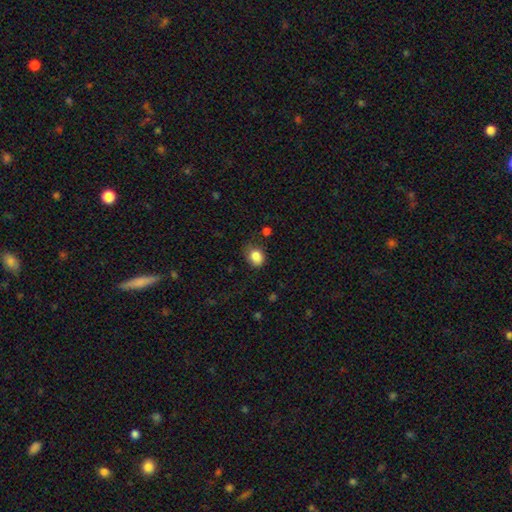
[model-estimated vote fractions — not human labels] Overall: smooth (85%). How rounded: round (51%; in between 48%). Merging: none (63%; minor disturbance 28%).